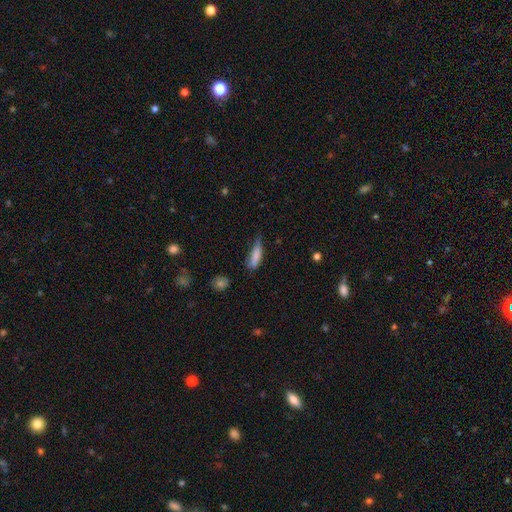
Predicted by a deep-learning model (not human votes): This is likely a smooth galaxy (80%). How rounded: possibly cigar-shaped (55%). Merging: marginally minor disturbance (42%).